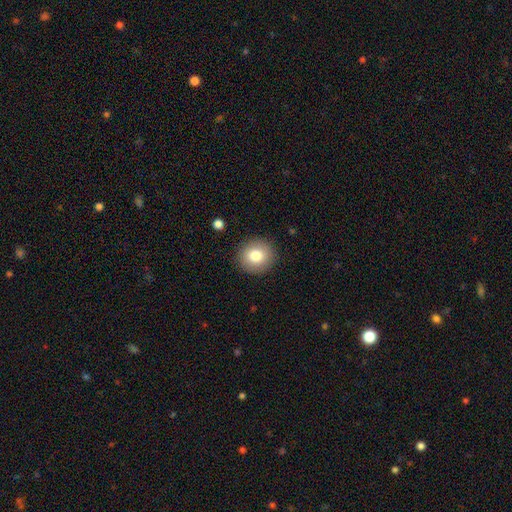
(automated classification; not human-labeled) Smooth or featured? smooth (80%)
How rounded? round (88%)
Merging? none (90%)